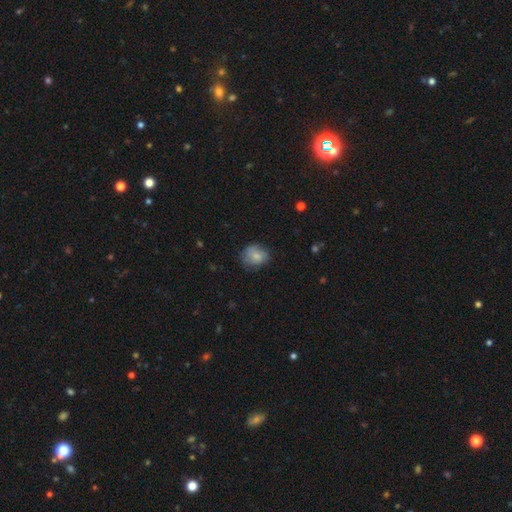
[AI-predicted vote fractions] Overall: smooth (76%). How rounded: round (64%; in between 35%). Merging: none (67%).